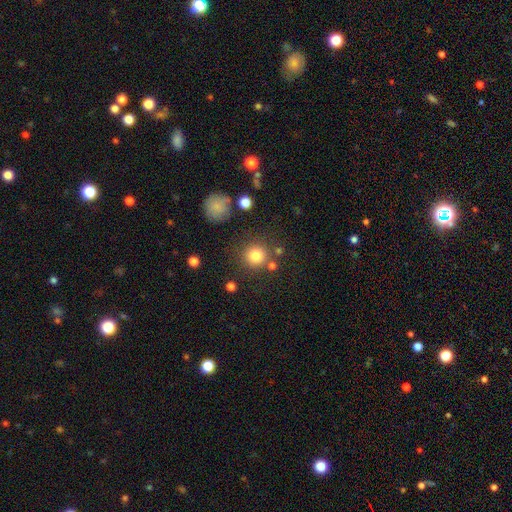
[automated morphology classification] type=smooth (82%); roundness=round (93%); merging=none (80%).